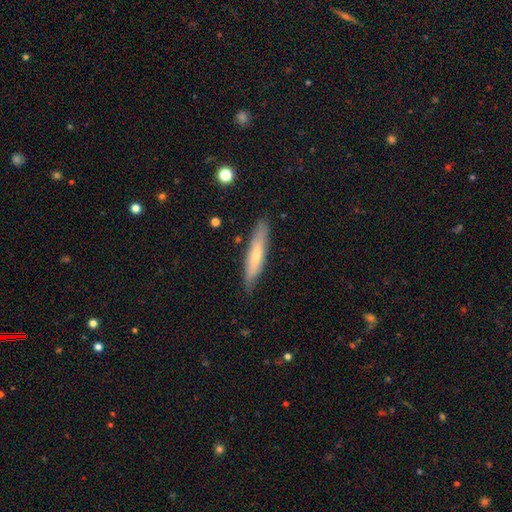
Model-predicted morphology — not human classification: smooth-or-featured: smooth: 56% | featured or disk: 38% | star or artifact: 6%
  how-rounded: cigar-shaped: 88% | in between: 10% | round: 1%
  merging: none: 86% | minor disturbance: 11% | major disturbance: 2% | merger: 1%